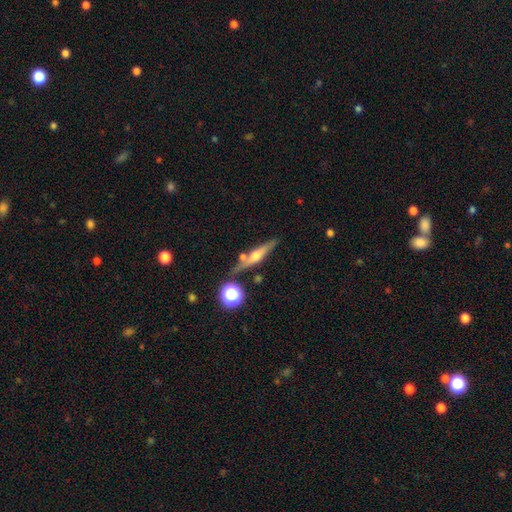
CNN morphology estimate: Smooth or featured? featured or disk (62%)
Edge-on disk? yes (94%)
Edge-on bulge? rounded (89%)
Merging? none (73%)